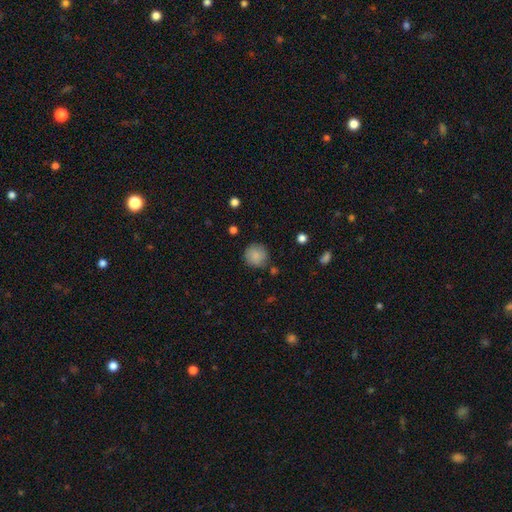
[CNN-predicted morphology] smooth-or-featured: smooth: 85% | star or artifact: 8% | featured or disk: 7%
  how-rounded: round: 93% | in between: 6% | cigar-shaped: 1%
  merging: none: 80% | minor disturbance: 13% | merger: 4% | major disturbance: 3%